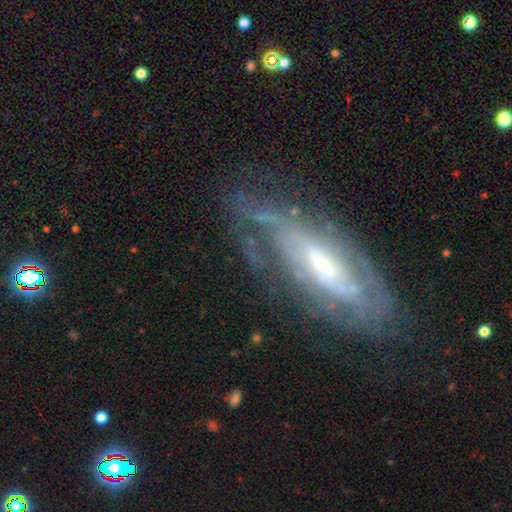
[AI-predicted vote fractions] Smooth or featured?
  - featured or disk: 80% *
  - smooth: 12%
  - star or artifact: 8%
Edge-on disk?
  - no: 82% *
  - yes: 18%
Bar?
  - no: 43% *
  - weak: 40%
  - strong: 17%
Spiral arms?
  - yes: 88% *
  - no: 12%
Spiral winding?
  - tight: 61% *
  - medium: 30%
  - loose: 9%
Spiral arm count?
  - can't tell: 56% *
  - 2: 20%
  - 3: 9%
  - 4: 6%
  - 1: 5%
  - more than 4: 4%
Bulge size?
  - moderate: 45% *
  - small: 37%
  - large: 11%
  - none: 5%
  - dominant: 2%
Merging?
  - none: 68% *
  - minor disturbance: 20%
  - major disturbance: 10%
  - merger: 2%